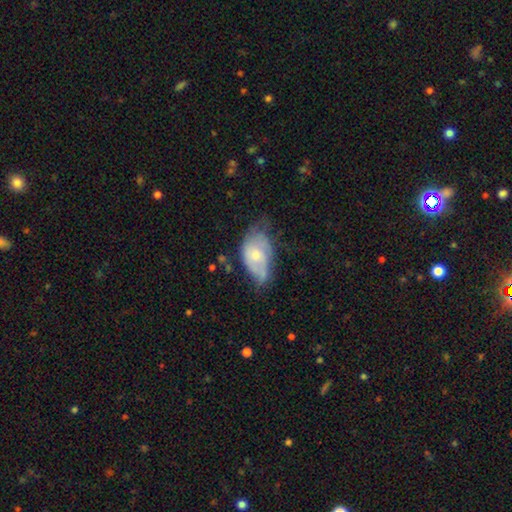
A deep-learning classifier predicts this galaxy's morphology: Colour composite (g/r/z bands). It shows a featured or disk galaxy (52%). Merging: minor disturbance (41%).